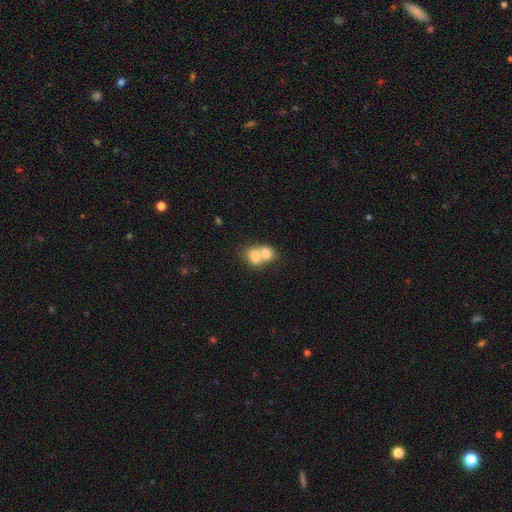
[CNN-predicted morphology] smooth_or_featured: smooth (p=0.73) [alt: featured or disk p=0.19]
how_rounded: in between (p=0.63) [alt: round p=0.36]
merging: merger (p=0.74) [alt: none p=0.17]